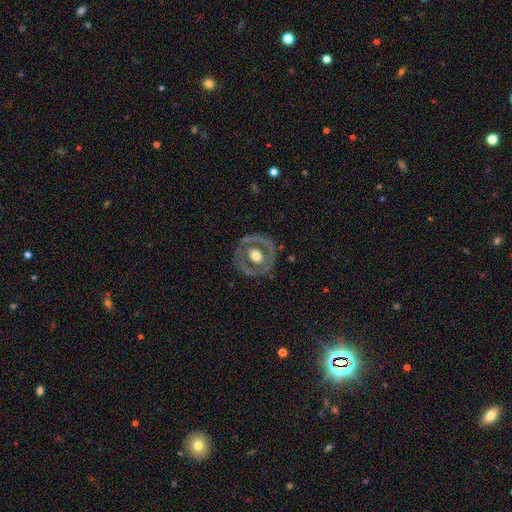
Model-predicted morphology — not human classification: Smooth or featured?
  - featured or disk: 63% *
  - smooth: 32%
  - star or artifact: 5%
Edge-on disk?
  - no: 94% *
  - yes: 6%
Bar?
  - no: 81% *
  - weak: 14%
  - strong: 6%
Spiral arms?
  - no: 83% *
  - yes: 17%
Bulge size?
  - moderate: 60% *
  - large: 31%
  - small: 6%
  - dominant: 2%
  - none: 1%
Merging?
  - none: 78% *
  - minor disturbance: 14%
  - major disturbance: 7%
  - merger: 2%